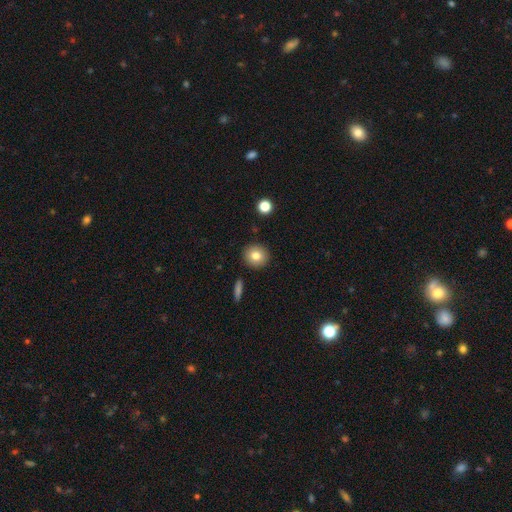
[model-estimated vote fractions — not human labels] A smooth galaxy with no disk features (80%) that is round (90%). Merging: none (90%).